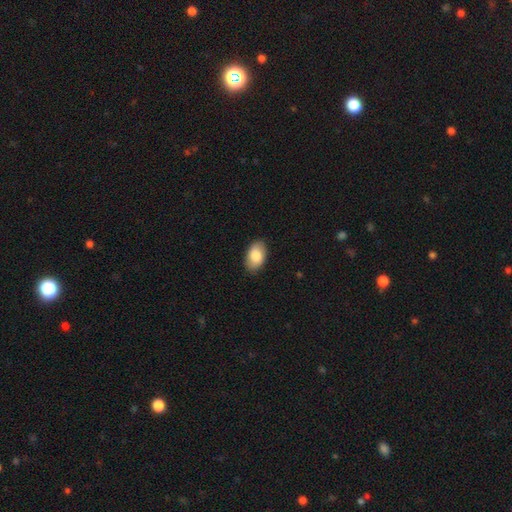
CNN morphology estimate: Smooth or featured? Predicted: smooth (p=0.85). How rounded? Predicted: in between (p=0.93). Merging? Predicted: none (p=0.87).